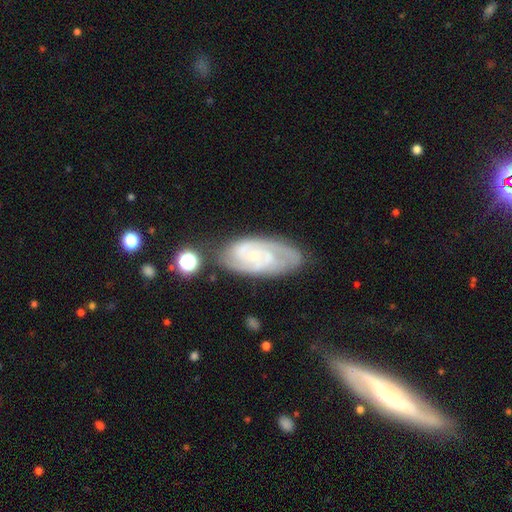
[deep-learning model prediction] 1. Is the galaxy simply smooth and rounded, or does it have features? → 82% featured or disk, 12% smooth, 6% star or artifact.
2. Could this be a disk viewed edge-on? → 95% no, 5% yes.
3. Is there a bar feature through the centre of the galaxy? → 61% no, 32% weak, 7% strong.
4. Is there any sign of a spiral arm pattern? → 95% yes, 5% no.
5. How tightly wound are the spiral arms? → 61% tight, 33% medium, 6% loose.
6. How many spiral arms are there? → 50% 2, 22% can't tell, 18% 3, 4% 4, 3% 1, 3% more than 4.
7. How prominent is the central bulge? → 72% small, 21% moderate, 4% none, 1% large, 1% dominant.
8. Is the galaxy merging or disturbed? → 71% none, 19% minor disturbance, 6% major disturbance, 4% merger.